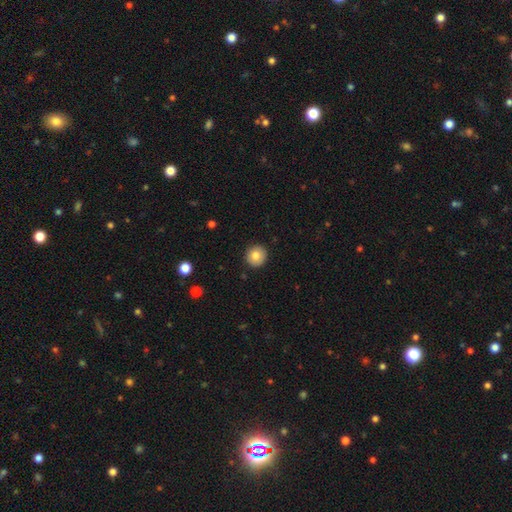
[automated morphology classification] Q: Smooth or featured?
A: smooth (81%); runner-up: featured or disk (10%)
Q: How rounded?
A: round (92%); runner-up: in between (7%)
Q: Merging?
A: none (91%); runner-up: minor disturbance (6%)